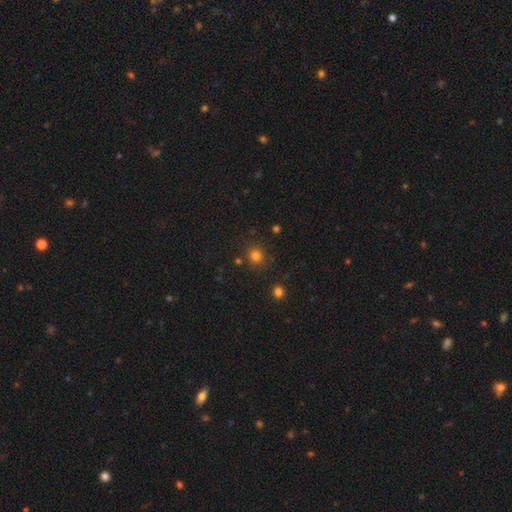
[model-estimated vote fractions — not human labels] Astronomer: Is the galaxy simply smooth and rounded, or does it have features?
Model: smooth — 79%.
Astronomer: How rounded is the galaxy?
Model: round — 91%.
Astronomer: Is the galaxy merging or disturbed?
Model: none — 85%.